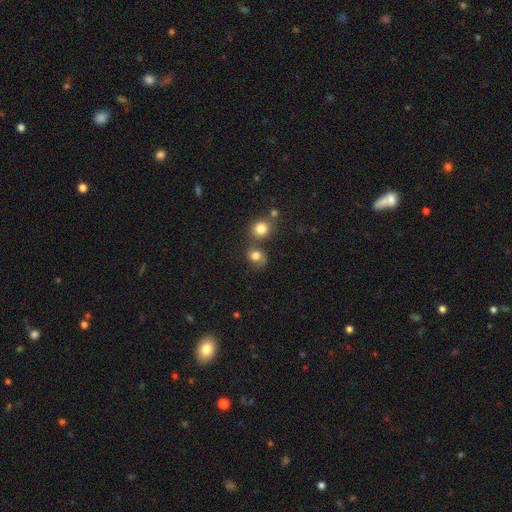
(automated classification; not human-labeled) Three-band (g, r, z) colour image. It shows a smooth galaxy with no disk features (76%) that is round (70%). Merging: none (50%).